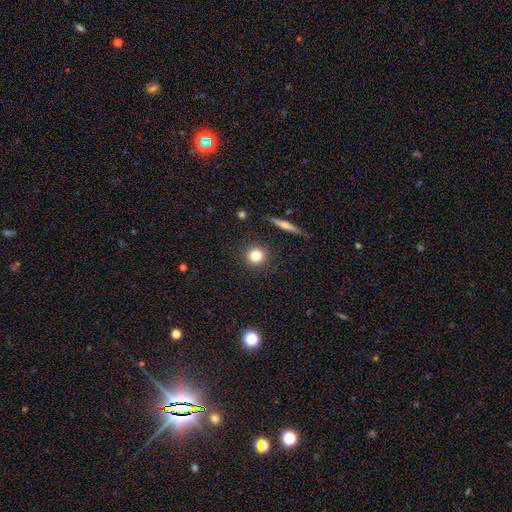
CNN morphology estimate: Q: Smooth or featured?
A: smooth (80%); runner-up: star or artifact (11%)
Q: How rounded?
A: round (91%); runner-up: in between (7%)
Q: Merging?
A: none (90%); runner-up: minor disturbance (6%)